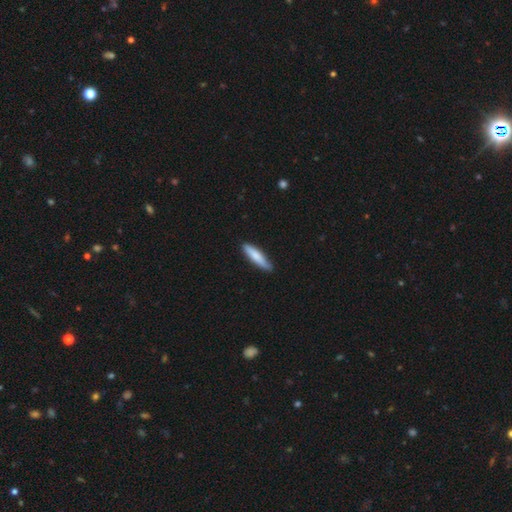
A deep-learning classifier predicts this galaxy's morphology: smooth-or-featured: smooth: 78% | featured or disk: 17% | star or artifact: 5%
  how-rounded: cigar-shaped: 84% | in between: 15% | round: 1%
  merging: none: 85% | minor disturbance: 12% | major disturbance: 2% | merger: 1%